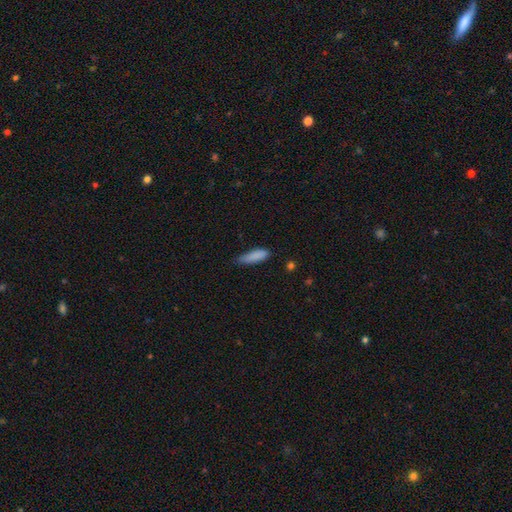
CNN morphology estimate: A smooth galaxy with no disk features (87%) that is cigar-shaped (55%).

Vote fractions:
- Smooth or featured? smooth: 87% / star or artifact: 7% / featured or disk: 7%
- How rounded? cigar-shaped: 55% / in between: 43% / round: 2%
- Merging? none: 57% / minor disturbance: 35% / major disturbance: 6% / merger: 2%